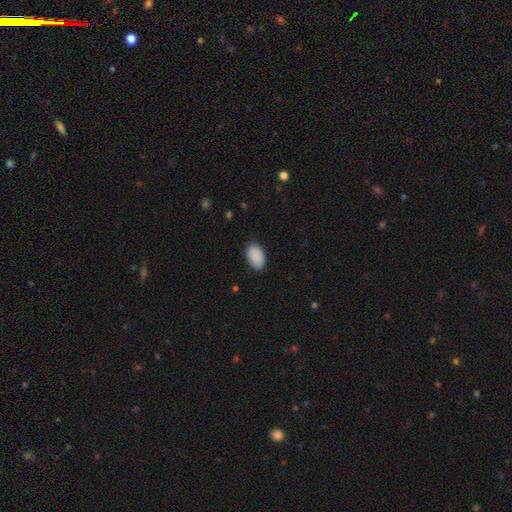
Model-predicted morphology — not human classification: The model was most divided on "merging": none: 86%, minor disturbance: 11%, major disturbance: 2%, merger: 1%. More confident: how rounded — in between (93%); smooth or featured — smooth (90%).